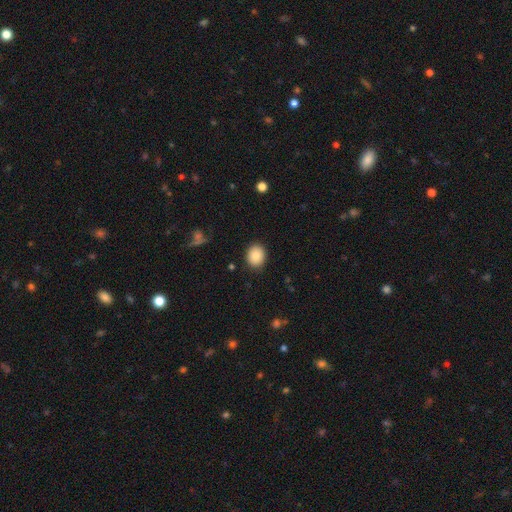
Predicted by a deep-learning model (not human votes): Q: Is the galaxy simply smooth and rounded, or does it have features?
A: smooth — 88%.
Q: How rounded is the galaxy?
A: round — 55%.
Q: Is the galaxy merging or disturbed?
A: none — 88%.